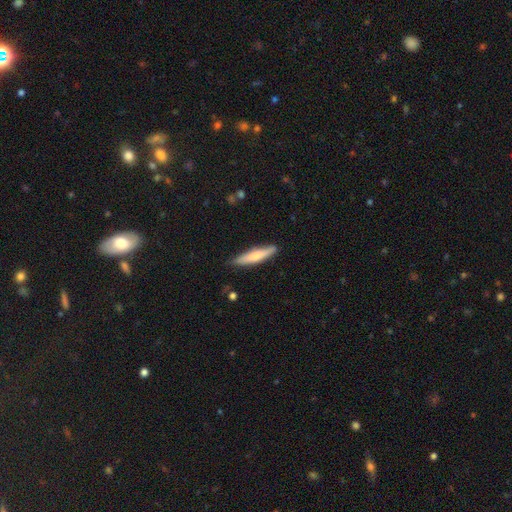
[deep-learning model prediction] smooth-or-featured: smooth: 65% | featured or disk: 30% | star or artifact: 5%
  how-rounded: cigar-shaped: 86% | in between: 13% | round: 1%
  merging: none: 83% | minor disturbance: 13% | major disturbance: 2% | merger: 1%